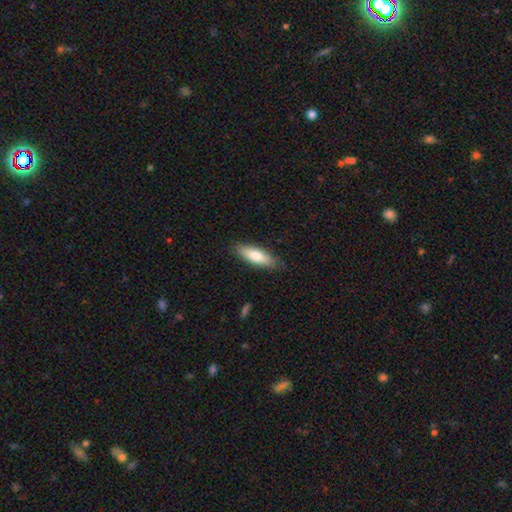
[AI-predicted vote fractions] smooth-or-featured: smooth: 75% | featured or disk: 19% | star or artifact: 6%
  how-rounded: in between: 54% | cigar-shaped: 44% | round: 2%
  merging: none: 85% | minor disturbance: 12% | major disturbance: 2% | merger: 1%